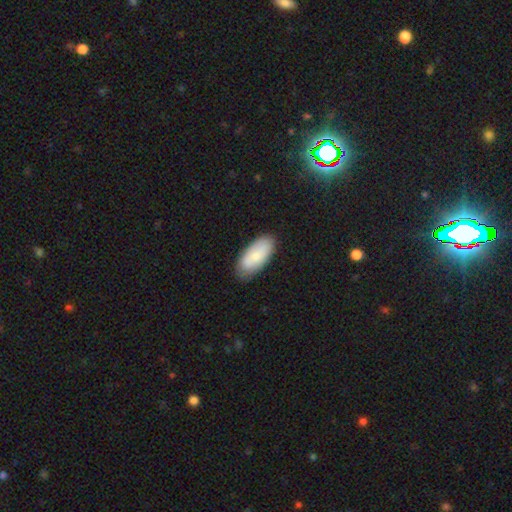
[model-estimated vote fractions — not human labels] Q: Smooth or featured?
A: smooth (77%); runner-up: featured or disk (18%)
Q: How rounded?
A: in between (92%); runner-up: cigar-shaped (6%)
Q: Merging?
A: none (79%); runner-up: minor disturbance (16%)